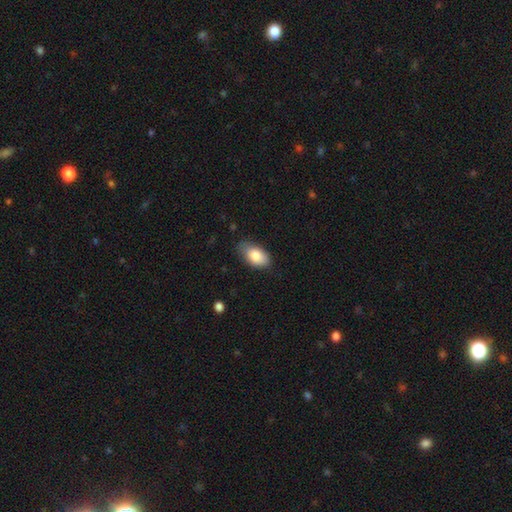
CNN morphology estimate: A smooth galaxy with no disk features (81%) that is in between round and cigar-shaped (92%). Merging: none (71%).